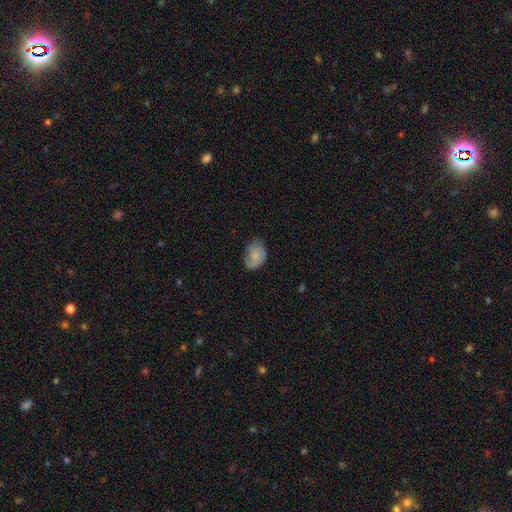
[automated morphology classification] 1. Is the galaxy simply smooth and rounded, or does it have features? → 78% smooth, 15% featured or disk, 7% star or artifact.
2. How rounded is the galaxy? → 81% in between, 18% round, 1% cigar-shaped.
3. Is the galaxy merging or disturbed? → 55% none, 35% minor disturbance, 9% major disturbance, 1% merger.